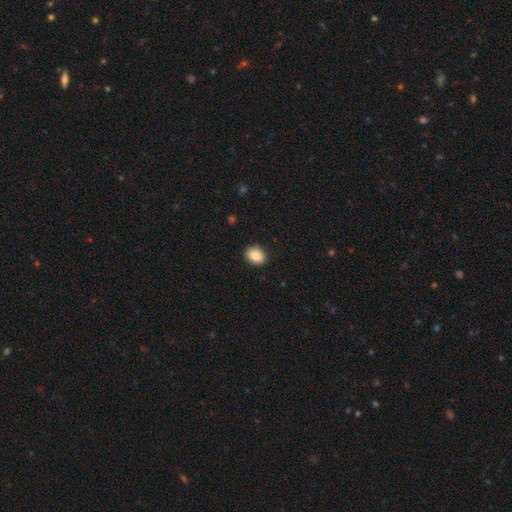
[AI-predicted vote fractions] Q: Smooth or featured?
A: smooth (88%); runner-up: star or artifact (8%)
Q: How rounded?
A: in between (57%); runner-up: round (42%)
Q: Merging?
A: none (88%); runner-up: minor disturbance (9%)